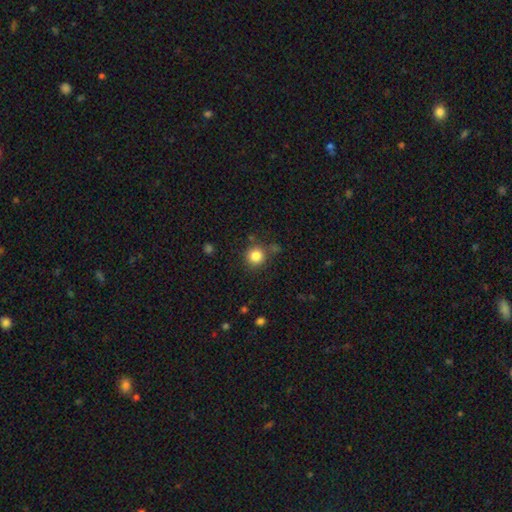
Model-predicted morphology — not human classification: smooth 84%, star or artifact 11%, featured or disk 5%. Down the decision tree: how rounded — round (93%); merging — none (81%).